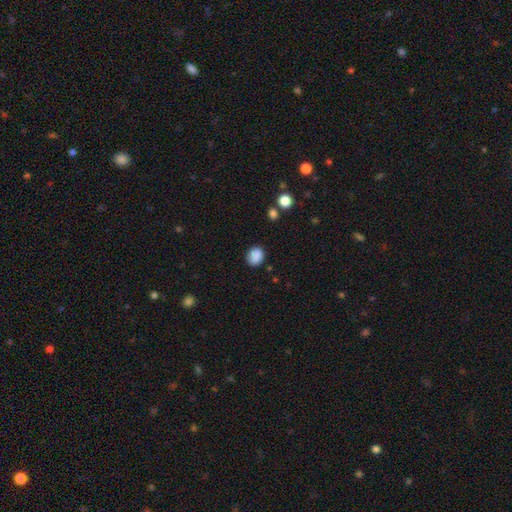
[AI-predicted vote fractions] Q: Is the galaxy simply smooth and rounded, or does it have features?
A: smooth — 88%.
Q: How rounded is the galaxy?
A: round — 62%.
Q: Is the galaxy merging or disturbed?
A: none — 83%.